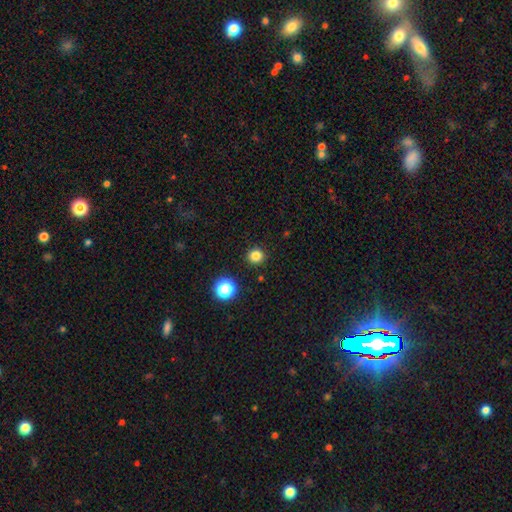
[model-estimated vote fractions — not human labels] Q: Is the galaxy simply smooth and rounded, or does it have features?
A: smooth — 82%.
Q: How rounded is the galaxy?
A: round — 91%.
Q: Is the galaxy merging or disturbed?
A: none — 91%.